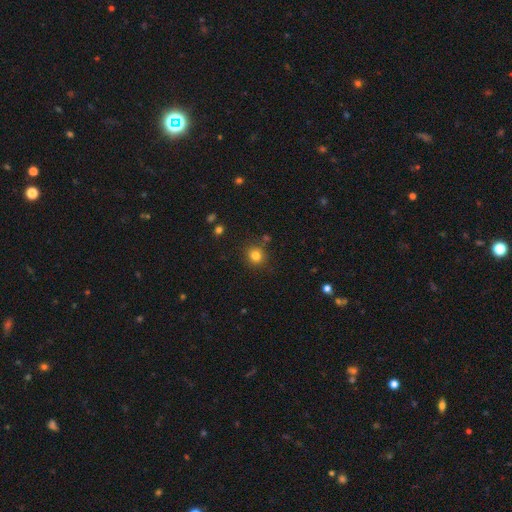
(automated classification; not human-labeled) smooth-or-featured: smooth: 80% | star or artifact: 14% | featured or disk: 6%
  how-rounded: round: 87% | in between: 12% | cigar-shaped: 1%
  merging: none: 84% | minor disturbance: 10% | merger: 4% | major disturbance: 3%